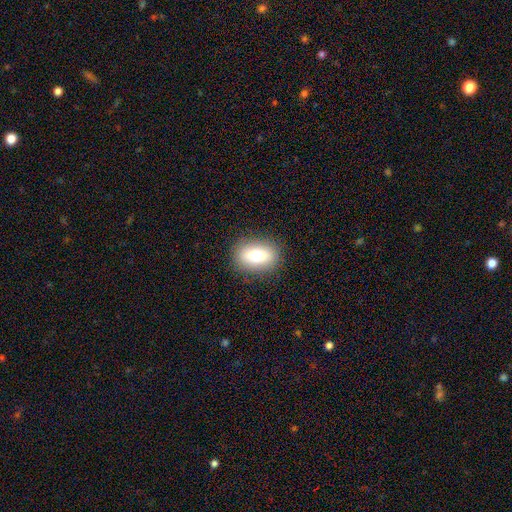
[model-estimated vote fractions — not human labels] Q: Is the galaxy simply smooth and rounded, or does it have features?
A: smooth — 71%.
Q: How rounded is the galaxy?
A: in between — 74%.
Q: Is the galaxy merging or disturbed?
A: none — 87%.